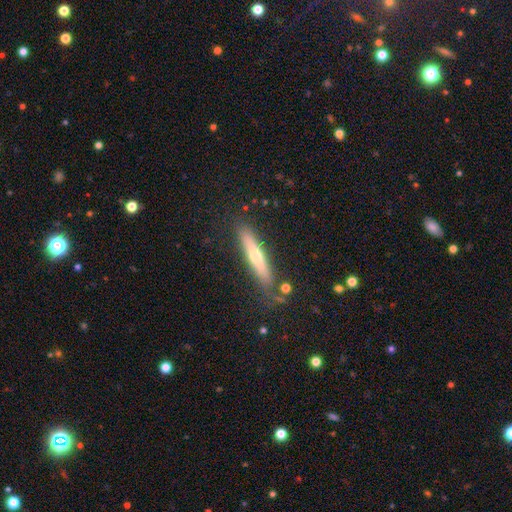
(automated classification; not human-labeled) The model was most divided on "smooth or featured": featured or disk: 50%, smooth: 43%, star or artifact: 7%. More confident: merging — none (83%).